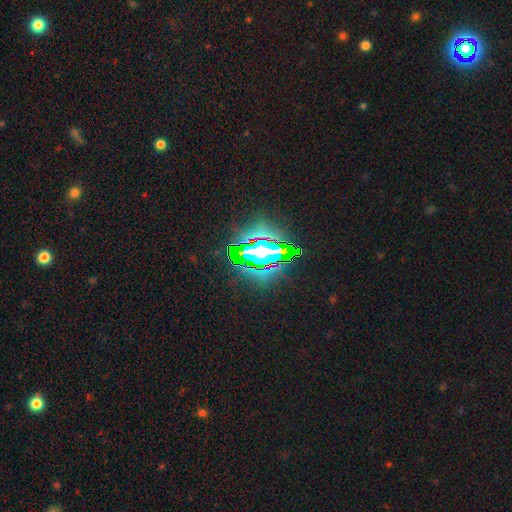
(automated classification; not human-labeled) Smooth or featured?
  - star or artifact: 77% *
  - featured or disk: 13%
  - smooth: 10%